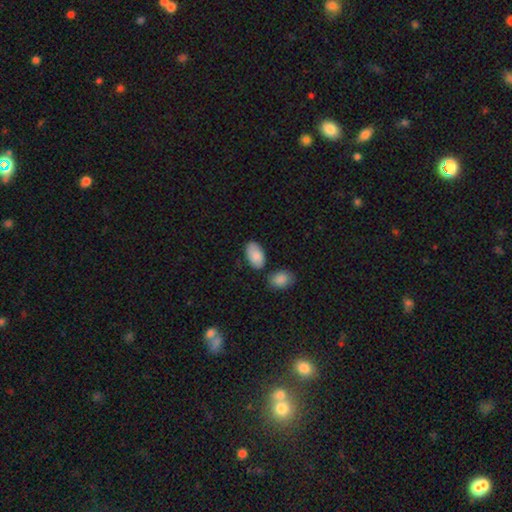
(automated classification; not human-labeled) This is clearly a smooth galaxy (87%). How rounded: clearly in between (95%). Merging: likely none (71%).